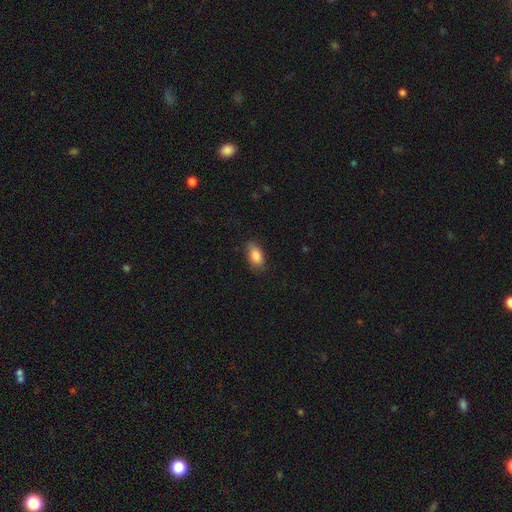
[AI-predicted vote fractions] Morphology: type=smooth (85%); roundness=in between (90%); merging=none (79%).